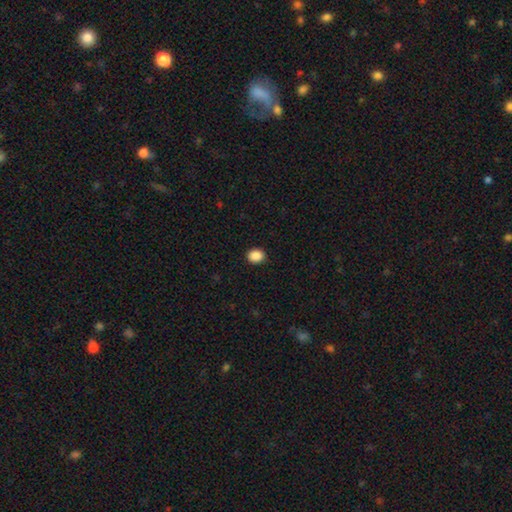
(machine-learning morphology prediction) A smooth galaxy with no disk features (89%) that is round (61%).

Vote fractions:
- Smooth or featured? smooth: 89% / star or artifact: 9% / featured or disk: 2%
- How rounded? round: 61% / in between: 38% / cigar-shaped: 1%
- Merging? none: 91% / minor disturbance: 6% / major disturbance: 2% / merger: 1%